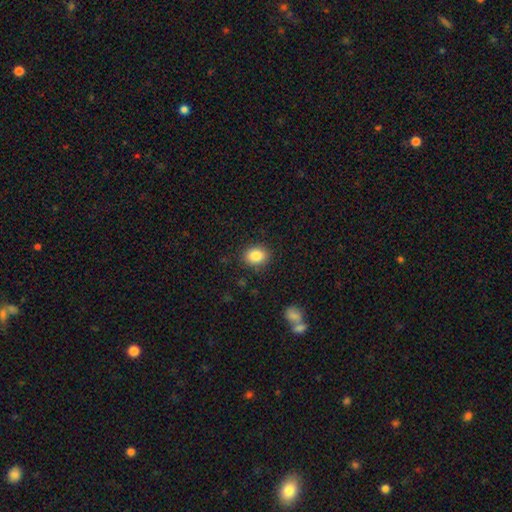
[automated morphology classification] This is clearly a smooth galaxy (86%). How rounded: possibly in between (54%). Merging: clearly none (88%).